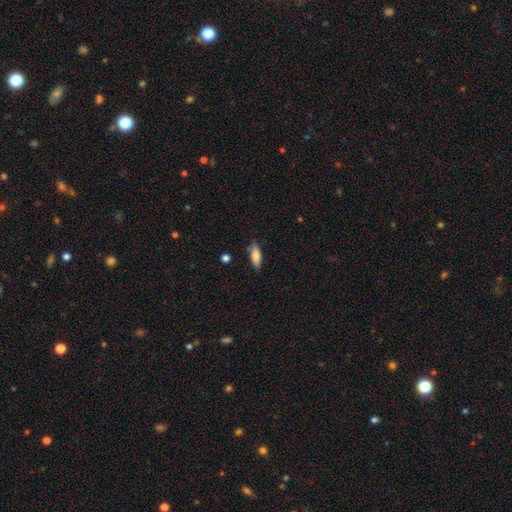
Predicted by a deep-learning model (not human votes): Smooth or featured? smooth (78%)
How rounded? in between (60%)
Merging? none (83%)